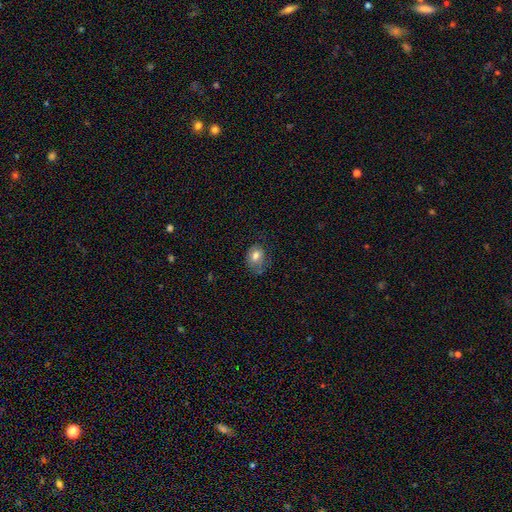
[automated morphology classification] Q: Smooth or featured?
A: smooth (72%); runner-up: featured or disk (20%)
Q: How rounded?
A: in between (55%); runner-up: round (44%)
Q: Merging?
A: none (58%); runner-up: minor disturbance (27%)